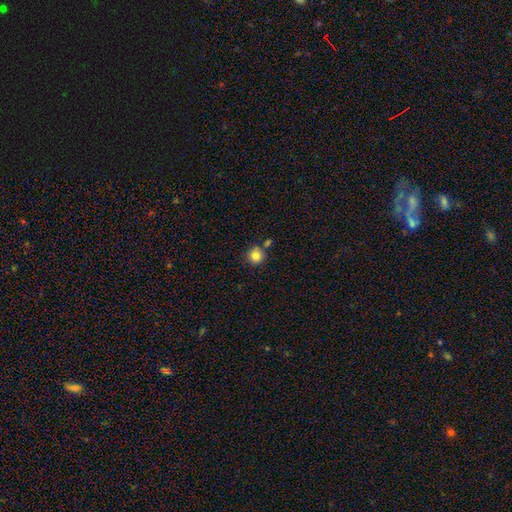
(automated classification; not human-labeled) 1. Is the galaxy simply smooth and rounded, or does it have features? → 83% smooth, 11% star or artifact, 6% featured or disk.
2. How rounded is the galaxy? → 94% round, 5% in between, 1% cigar-shaped.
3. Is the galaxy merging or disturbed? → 75% none, 13% merger, 9% minor disturbance, 3% major disturbance.